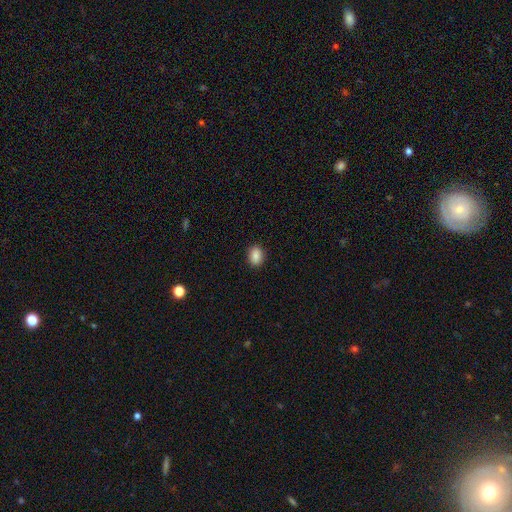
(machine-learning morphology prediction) Smooth or featured: smooth — 87% (star or artifact — 9%)
How rounded: in between — 62% (round — 37%)
Merging: none — 89% (minor disturbance — 8%)